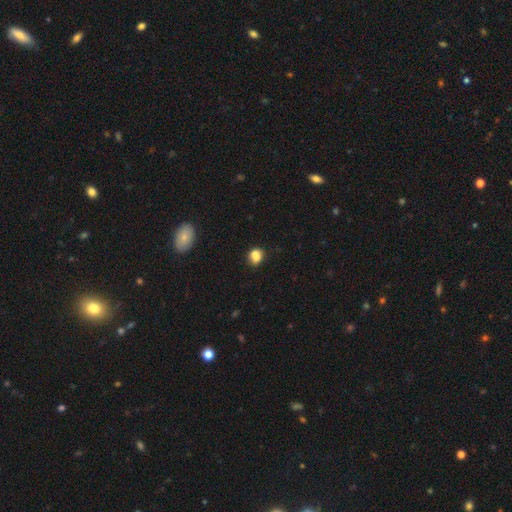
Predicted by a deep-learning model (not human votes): Smooth or featured?
  - smooth: 82% *
  - star or artifact: 11%
  - featured or disk: 7%
How rounded?
  - round: 57% *
  - in between: 42%
  - cigar-shaped: 1%
Merging?
  - none: 63% *
  - minor disturbance: 19%
  - merger: 13%
  - major disturbance: 5%